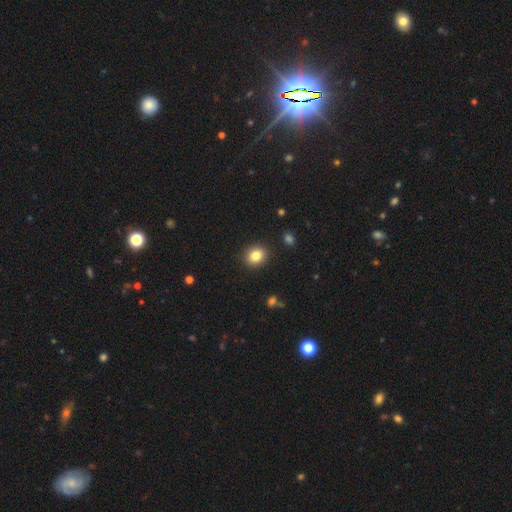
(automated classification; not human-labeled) Q: Smooth or featured?
A: smooth (83%); runner-up: star or artifact (10%)
Q: How rounded?
A: round (70%); runner-up: in between (29%)
Q: Merging?
A: none (90%); runner-up: minor disturbance (6%)